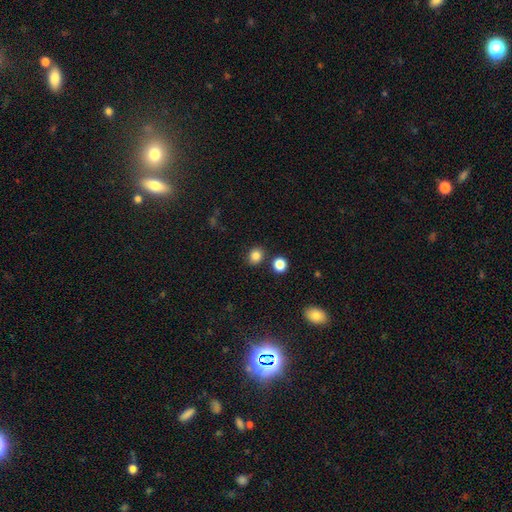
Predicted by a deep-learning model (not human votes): Q: Smooth or featured?
A: smooth (84%); runner-up: star or artifact (12%)
Q: How rounded?
A: round (71%); runner-up: in between (28%)
Q: Merging?
A: none (82%); runner-up: minor disturbance (8%)